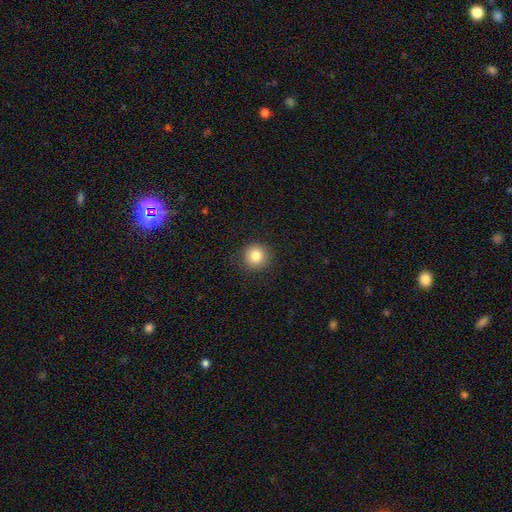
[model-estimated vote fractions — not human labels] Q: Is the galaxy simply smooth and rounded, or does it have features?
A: smooth — 83%.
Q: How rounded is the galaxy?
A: round — 94%.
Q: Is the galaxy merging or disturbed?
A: none — 90%.